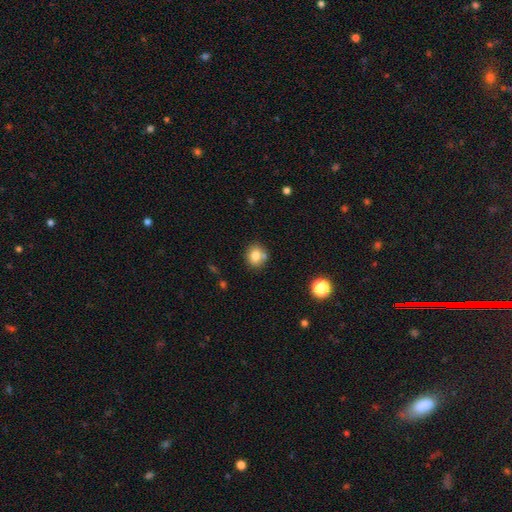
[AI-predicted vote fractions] Smooth or featured? smooth (79%)
How rounded? round (77%)
Merging? none (70%)